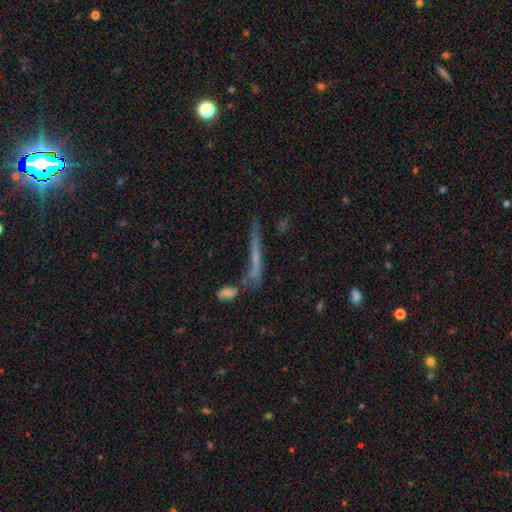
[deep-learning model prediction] A featured or disk galaxy (42%).

Vote fractions:
- Smooth or featured? featured or disk: 42% / smooth: 41% / star or artifact: 17%
- Merging? none: 55% / merger: 20% / minor disturbance: 14% / major disturbance: 10%